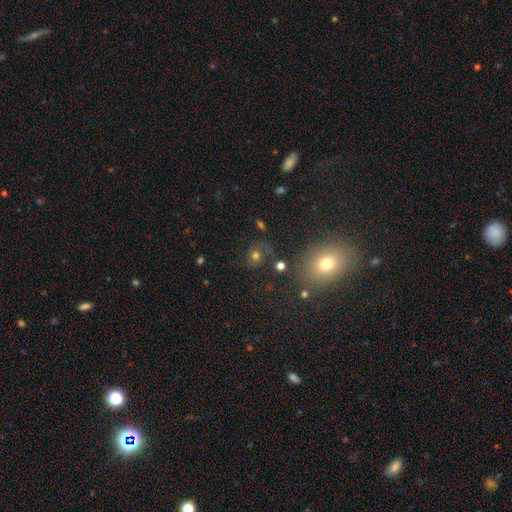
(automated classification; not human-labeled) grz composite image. It shows a smooth galaxy with no disk features (63%) that is round (79%). Merging: none (72%).